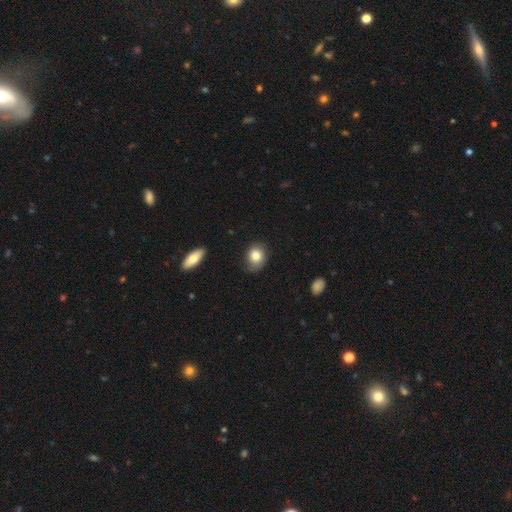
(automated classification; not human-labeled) The model was most divided on "how rounded": in between: 51%, round: 47%, cigar-shaped: 1%. More confident: smooth or featured — smooth (81%); merging — none (69%).